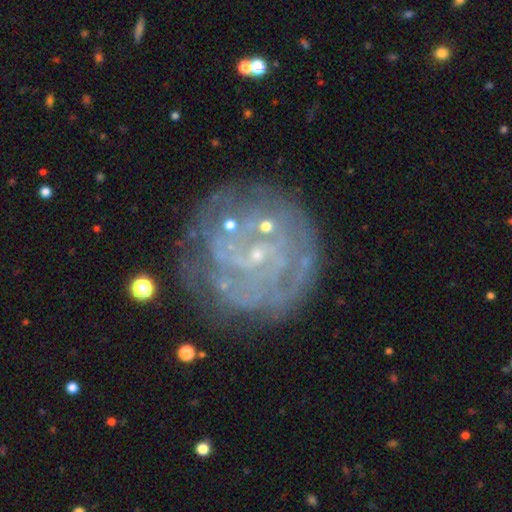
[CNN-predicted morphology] smooth_or_featured: featured or disk (p=0.73) [alt: smooth p=0.17]
disk_edge_on: no (p=0.98) [alt: yes p=0.02]
bar: no (p=0.65) [alt: weak p=0.27]
has_spiral_arms: yes (p=0.65) [alt: no p=0.35]
bulge_size: small (p=0.74) [alt: none p=0.19]
merging: none (p=0.67) [alt: minor disturbance p=0.17]